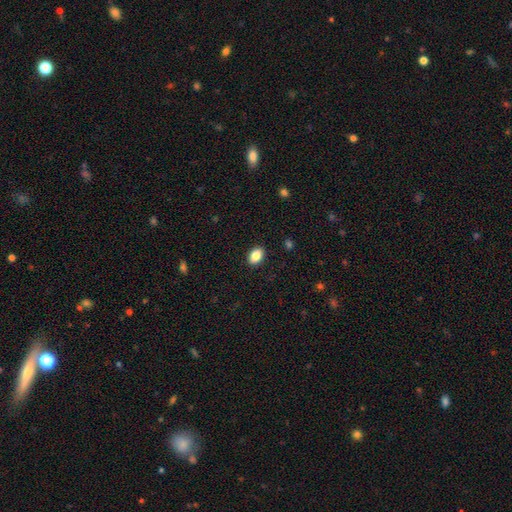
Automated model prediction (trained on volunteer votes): Overall: smooth (86%). How rounded: in between (86%). Merging: none (89%).